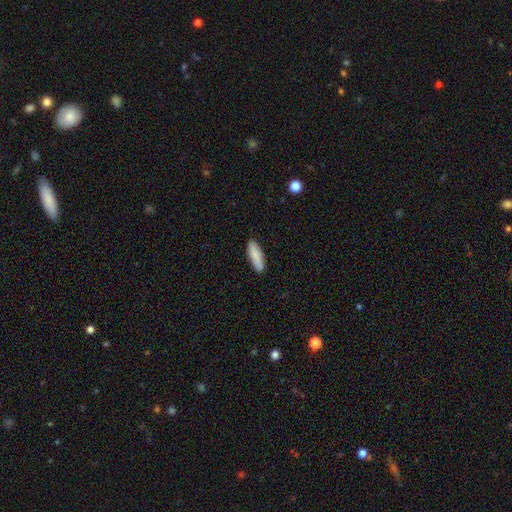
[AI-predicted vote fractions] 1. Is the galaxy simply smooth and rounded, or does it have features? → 86% smooth, 8% featured or disk, 6% star or artifact.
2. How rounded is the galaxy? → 55% in between, 43% cigar-shaped, 2% round.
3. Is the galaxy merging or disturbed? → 88% none, 9% minor disturbance, 2% major disturbance, 1% merger.